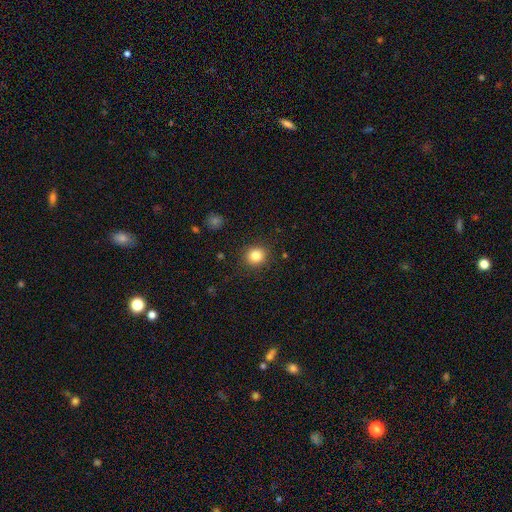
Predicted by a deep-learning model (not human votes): This is clearly a smooth galaxy (83%). How rounded: clearly round (86%). Merging: clearly none (89%).